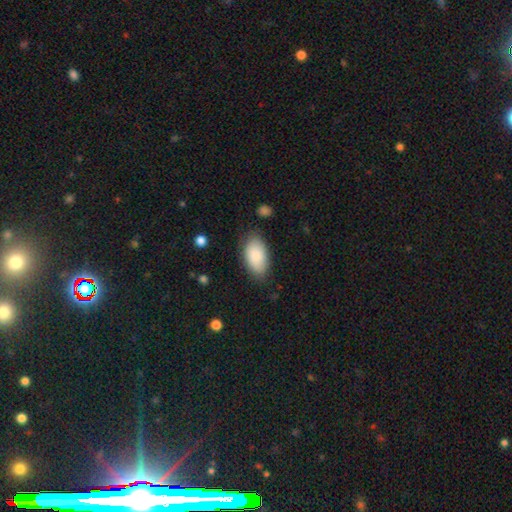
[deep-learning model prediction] smooth 88%, featured or disk 7%, star or artifact 6%. Down the decision tree: how rounded — in between (95%); merging — none (79%).